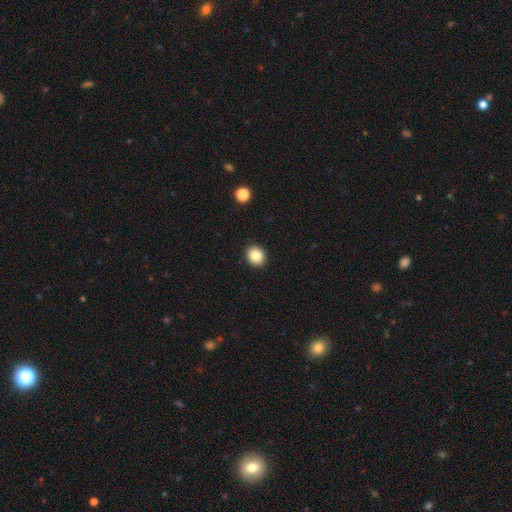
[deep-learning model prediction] A smooth galaxy with no disk features (84%) that is round (73%).

Vote fractions:
- Smooth or featured? smooth: 84% / star or artifact: 10% / featured or disk: 6%
- How rounded? round: 73% / in between: 26% / cigar-shaped: 1%
- Merging? none: 92% / minor disturbance: 5% / major disturbance: 2% / merger: 1%